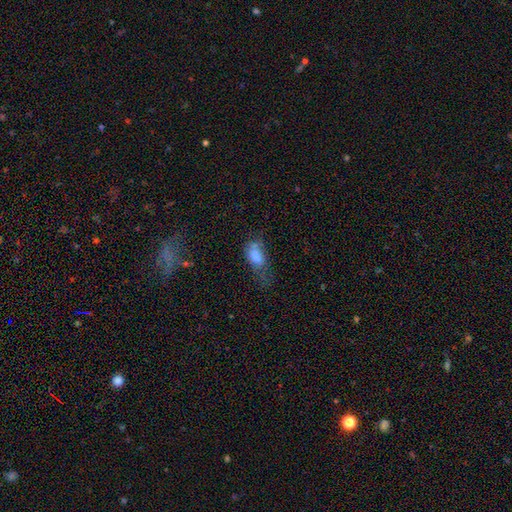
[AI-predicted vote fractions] smooth-or-featured: smooth: 73% | featured or disk: 16% | star or artifact: 11%
  how-rounded: in between: 88% | round: 6% | cigar-shaped: 6%
  merging: major disturbance: 37% | minor disturbance: 28% | none: 25% | merger: 10%